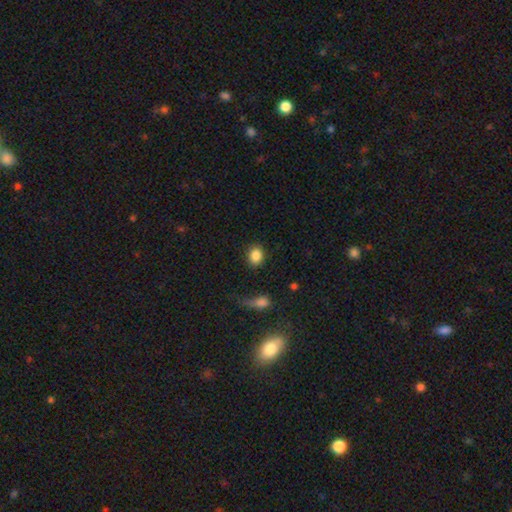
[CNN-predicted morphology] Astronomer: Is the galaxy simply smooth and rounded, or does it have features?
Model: smooth — 87%.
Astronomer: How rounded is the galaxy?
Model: round — 56% (runner-up: in between, 43%).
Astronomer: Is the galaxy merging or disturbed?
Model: none — 84%.